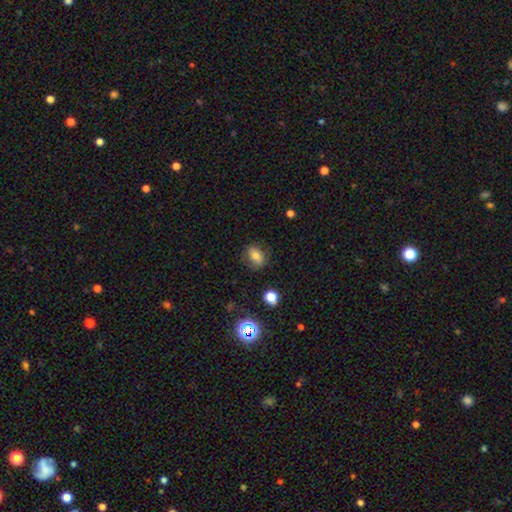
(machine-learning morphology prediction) smooth 75%, star or artifact 13%, featured or disk 12%. Down the decision tree: how rounded — in between (74%); merging — none (78%).